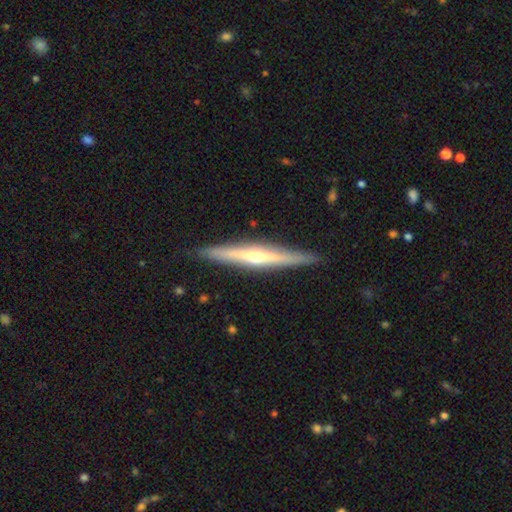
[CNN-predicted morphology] The model was most divided on "smooth or featured": featured or disk: 74%, smooth: 21%, star or artifact: 5%. More confident: edge-on disk — yes (97%); edge-on bulge — rounded (91%); merging — none (90%).